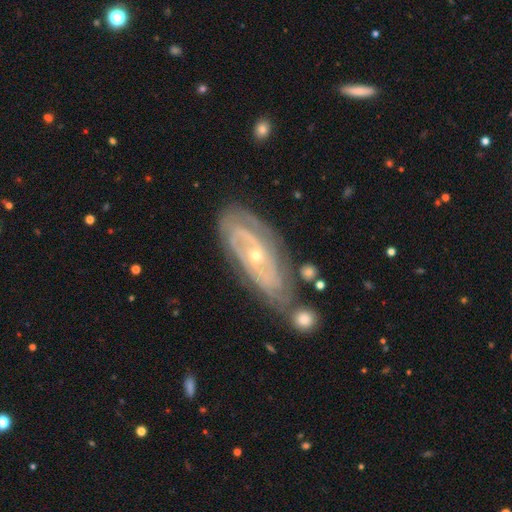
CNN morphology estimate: Smooth or featured: featured or disk — 84% (smooth — 10%)
Edge-on disk: no — 90% (yes — 10%)
Bar: no — 65% (weak — 26%)
Spiral arms: yes — 91% (no — 9%)
Spiral winding: tight — 71% (medium — 23%)
Spiral arm count: can't tell — 40% (2 — 34%)
Bulge size: small — 64% (moderate — 33%)
Merging: none — 65% (minor disturbance — 21%)